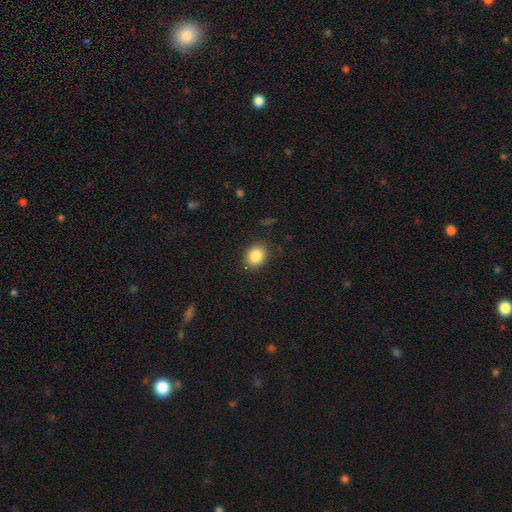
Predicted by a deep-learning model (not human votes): This appears to be a smooth galaxy with no disk features (86%) that is round (56%). Merging: none (88%).